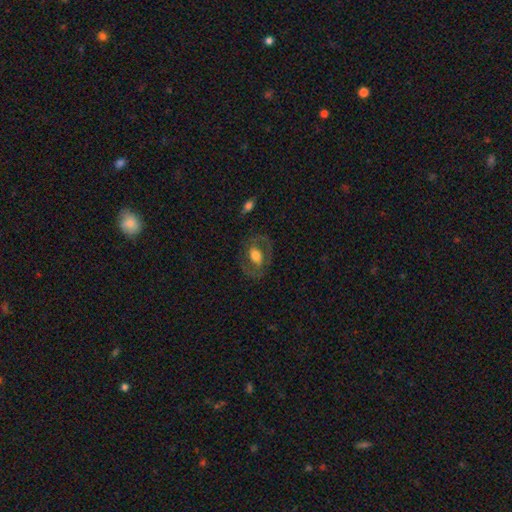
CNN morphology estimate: Q: Smooth or featured?
A: featured or disk (52%); runner-up: smooth (41%)
Q: Edge-on disk?
A: no (93%); runner-up: yes (7%)
Q: Merging?
A: none (70%); runner-up: minor disturbance (15%)